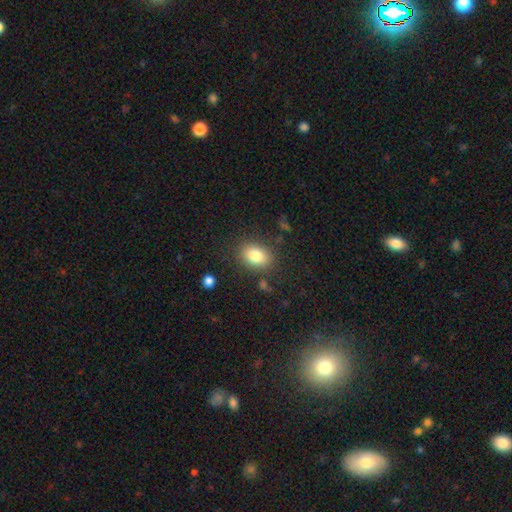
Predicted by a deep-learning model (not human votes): A smooth galaxy with no disk features (82%) that is in between round and cigar-shaped (69%).

Vote fractions:
- Smooth or featured? smooth: 82% / star or artifact: 9% / featured or disk: 8%
- How rounded? in between: 69% / round: 30% / cigar-shaped: 1%
- Merging? none: 82% / minor disturbance: 11% / major disturbance: 4% / merger: 3%